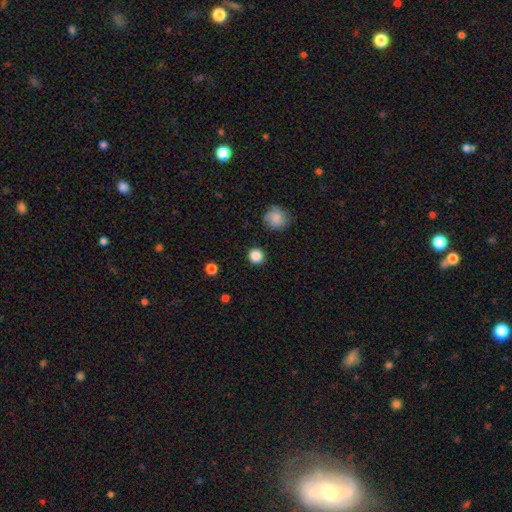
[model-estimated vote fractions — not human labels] This appears to be a smooth galaxy with no disk features (86%) that is round (94%). Merging: none (91%).